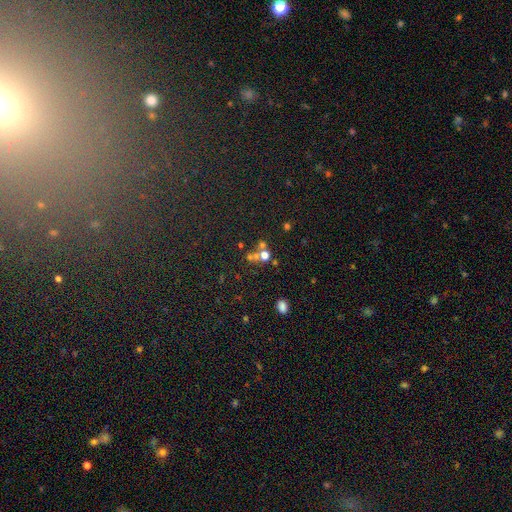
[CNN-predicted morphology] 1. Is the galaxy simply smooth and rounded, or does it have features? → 49% star or artifact, 36% smooth, 15% featured or disk.